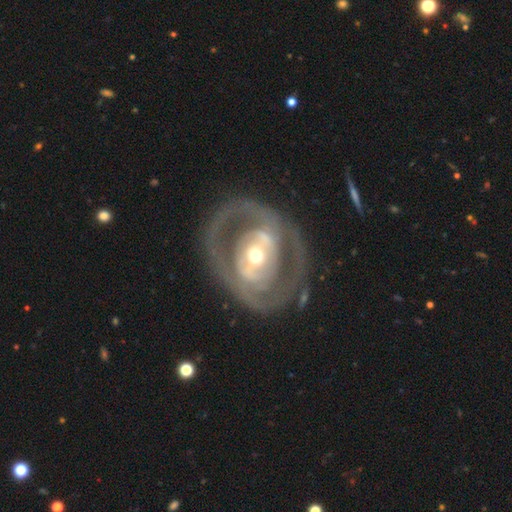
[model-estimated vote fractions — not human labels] Morphology: type=featured or disk (80%); edge-on=no (95%); bar=no (38%); spiral arms=yes (54%); bulge=moderate (65%); merging=none (72%).